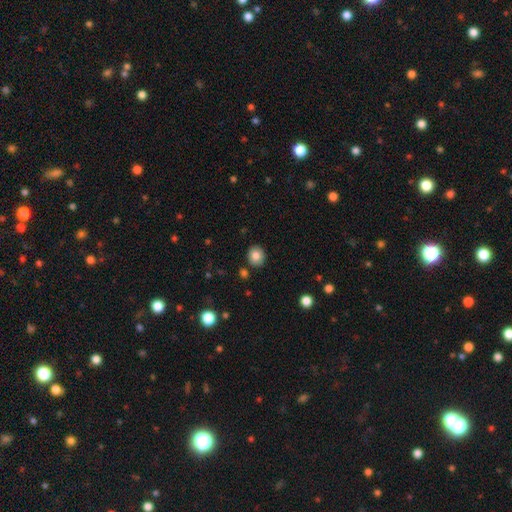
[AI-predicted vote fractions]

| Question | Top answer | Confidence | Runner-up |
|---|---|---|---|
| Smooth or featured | smooth | 82% | star or artifact (9%) |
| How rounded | round | 79% | in between (20%) |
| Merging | none | 87% | minor disturbance (8%) |